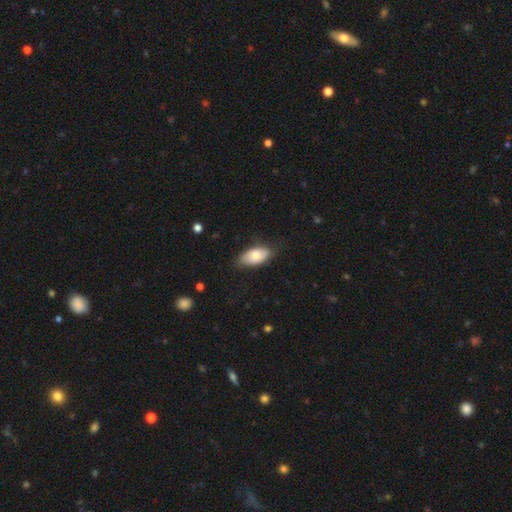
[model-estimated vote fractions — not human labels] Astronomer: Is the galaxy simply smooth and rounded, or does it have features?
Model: smooth — 73%.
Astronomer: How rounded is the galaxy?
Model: in between — 92%.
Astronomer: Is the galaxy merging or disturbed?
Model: none — 73%.